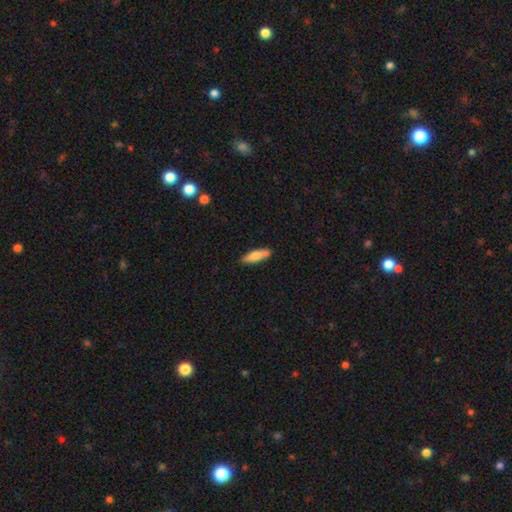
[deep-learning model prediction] This appears to be a smooth galaxy with no disk features (74%) that is cigar-shaped (54%). Merging: none (74%).